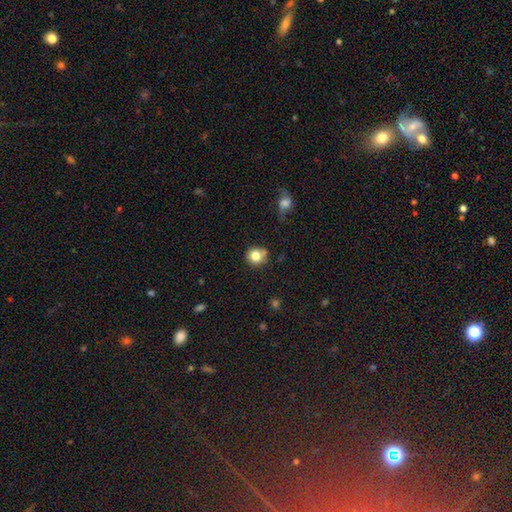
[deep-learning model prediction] Q: Smooth or featured?
A: smooth (81%); runner-up: star or artifact (10%)
Q: How rounded?
A: round (86%); runner-up: in between (13%)
Q: Merging?
A: none (71%); runner-up: minor disturbance (18%)